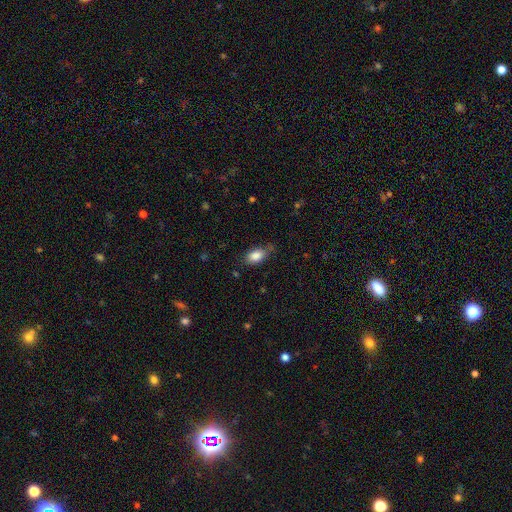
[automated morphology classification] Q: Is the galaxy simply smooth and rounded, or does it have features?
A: smooth — 86%.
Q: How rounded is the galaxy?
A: in between — 90%.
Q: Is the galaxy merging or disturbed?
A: none — 71%.